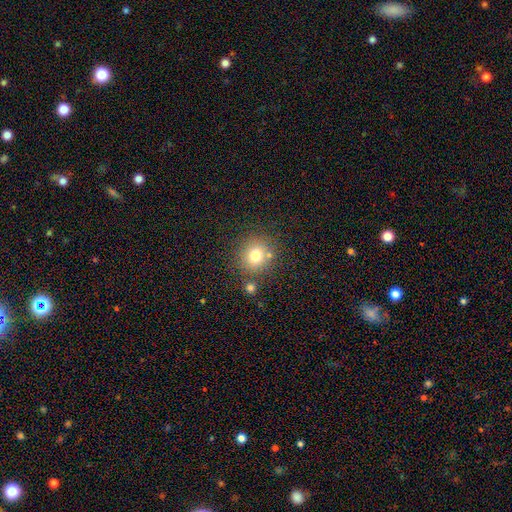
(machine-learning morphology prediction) Smooth or featured? Predicted: smooth (p=0.75). How rounded? Predicted: round (p=0.85). Merging? Predicted: none (p=0.75).